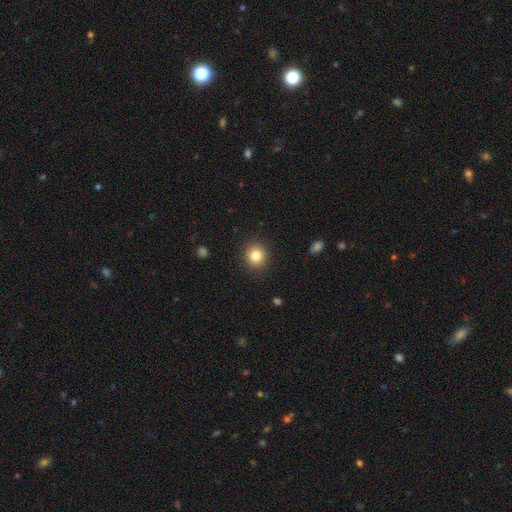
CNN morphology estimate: This appears to be a smooth galaxy with no disk features (82%) that is round (88%). Merging: none (91%).